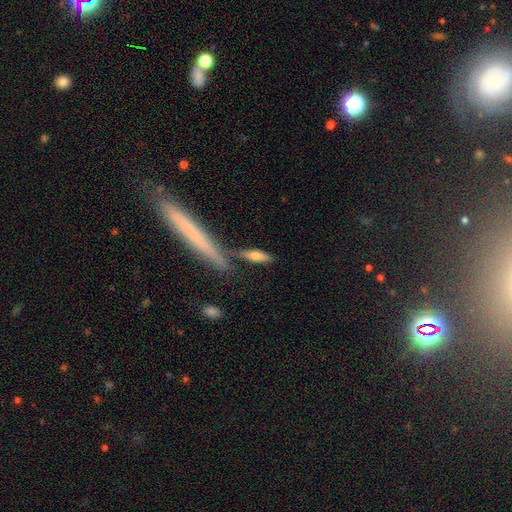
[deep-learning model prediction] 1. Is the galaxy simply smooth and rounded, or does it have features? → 69% smooth, 24% featured or disk, 7% star or artifact.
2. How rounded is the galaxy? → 57% cigar-shaped, 40% in between, 3% round.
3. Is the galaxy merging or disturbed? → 62% none, 18% merger, 14% minor disturbance, 6% major disturbance.